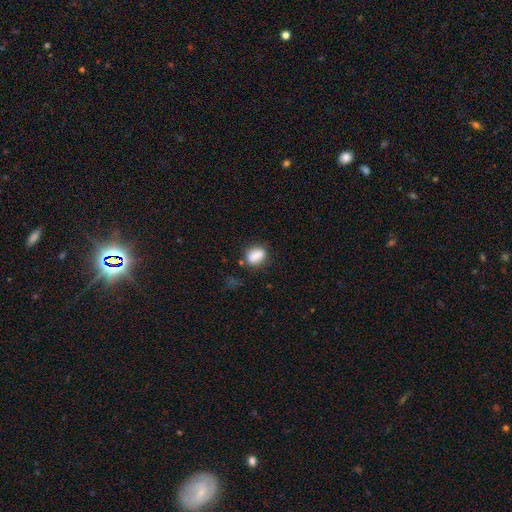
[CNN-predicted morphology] Smooth or featured: smooth — 82% (featured or disk — 9%)
How rounded: in between — 65% (round — 32%)
Merging: none — 70% (minor disturbance — 18%)